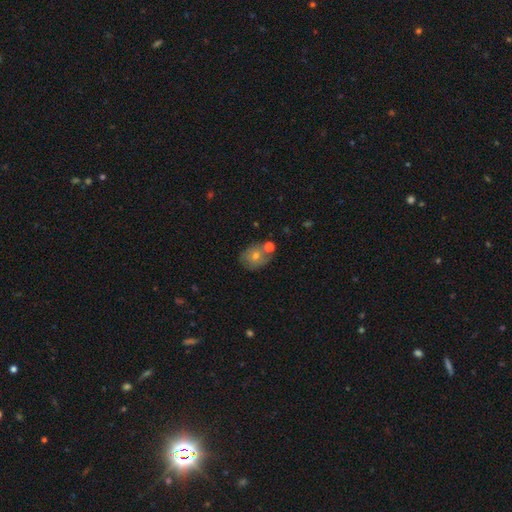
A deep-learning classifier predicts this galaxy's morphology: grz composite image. It shows a smooth galaxy with no disk features (61%) that is round (56%). Merging: none (61%).